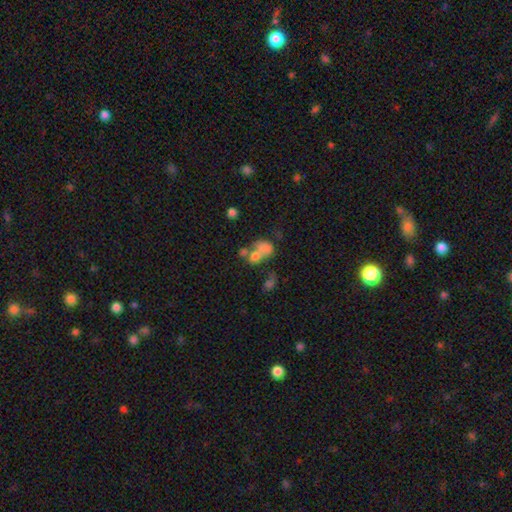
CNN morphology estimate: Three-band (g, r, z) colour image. It shows a smooth galaxy with no disk features (63%) that is in between round and cigar-shaped (56%). Merging: merger (58%).